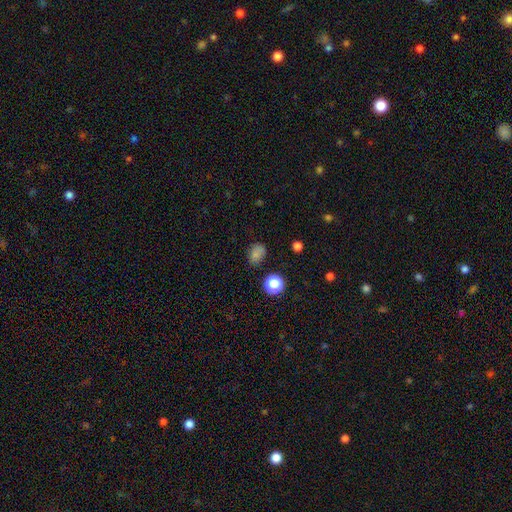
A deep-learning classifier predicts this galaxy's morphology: This is likely a smooth galaxy (76%). How rounded: likely in between (65%). Merging: likely none (75%).